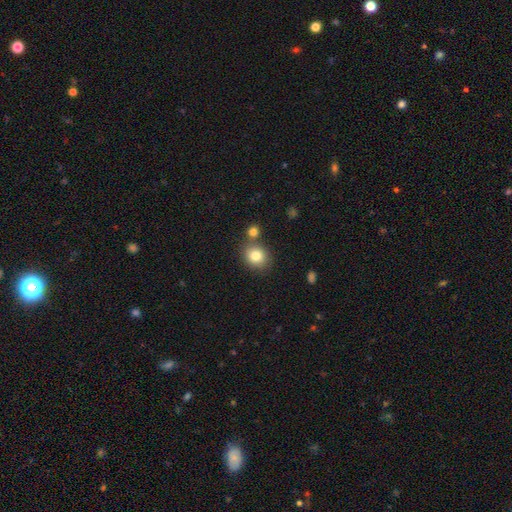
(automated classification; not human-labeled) The model was most divided on "how rounded": round: 75%, in between: 24%, cigar-shaped: 1%. More confident: smooth or featured — smooth (81%); merging — none (69%).